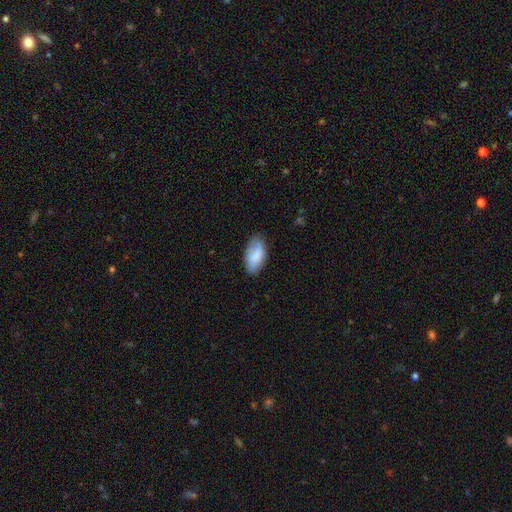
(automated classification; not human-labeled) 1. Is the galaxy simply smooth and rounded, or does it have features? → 70% smooth, 23% featured or disk, 7% star or artifact.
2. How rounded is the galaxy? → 92% in between, 5% cigar-shaped, 3% round.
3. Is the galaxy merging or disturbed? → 70% none, 22% minor disturbance, 6% major disturbance, 2% merger.